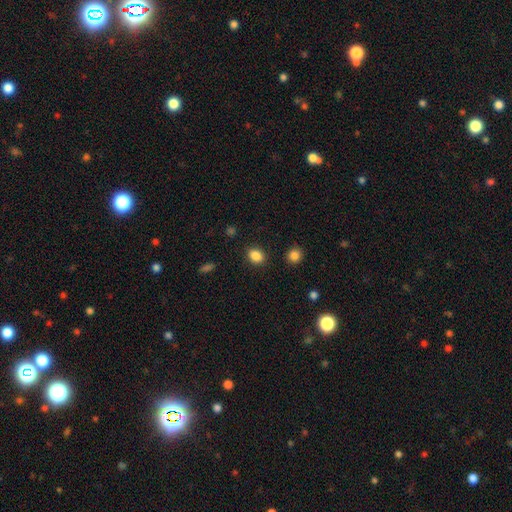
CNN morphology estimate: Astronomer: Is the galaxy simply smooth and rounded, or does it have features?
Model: smooth — 86%.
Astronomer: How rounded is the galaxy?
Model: in between — 50% (runner-up: round, 49%).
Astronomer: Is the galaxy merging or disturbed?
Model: none — 88%.